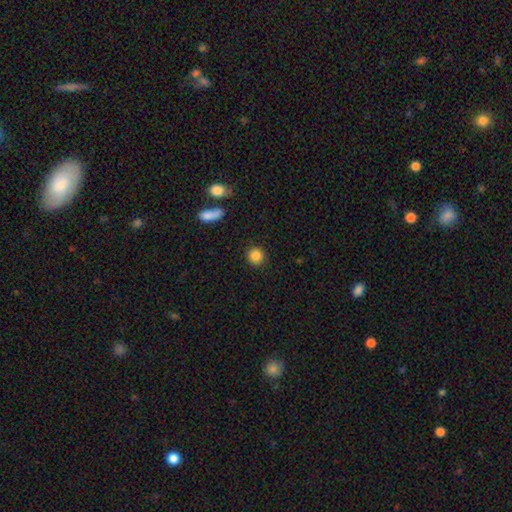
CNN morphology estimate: Smooth or featured? smooth (86%)
How rounded? round (92%)
Merging? none (91%)